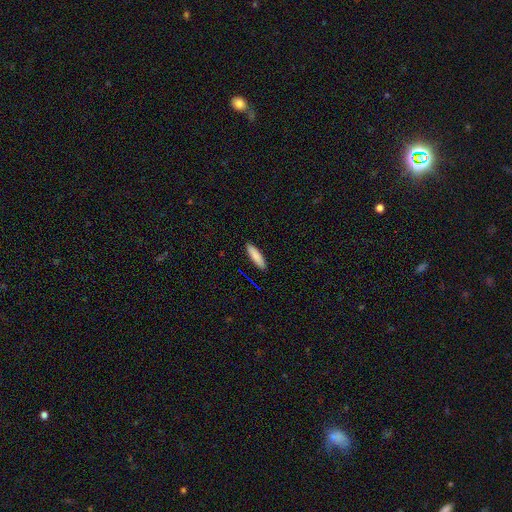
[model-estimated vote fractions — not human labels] Overall: smooth (85%). How rounded: cigar-shaped (67%; in between 31%). Merging: none (89%).